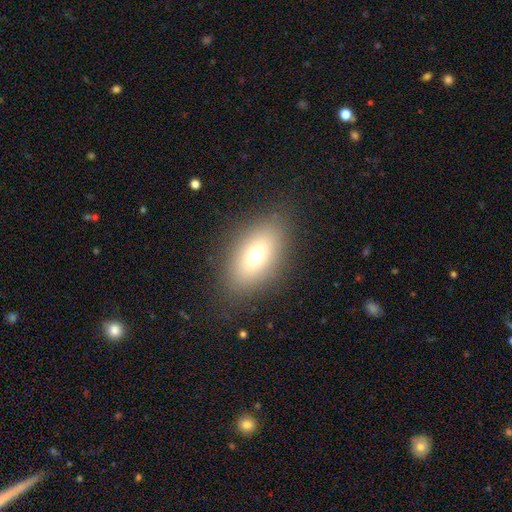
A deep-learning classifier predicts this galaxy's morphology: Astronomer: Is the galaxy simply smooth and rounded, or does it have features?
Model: smooth — 70%.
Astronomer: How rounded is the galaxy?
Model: in between — 86%.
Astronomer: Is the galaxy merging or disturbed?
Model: none — 84%.